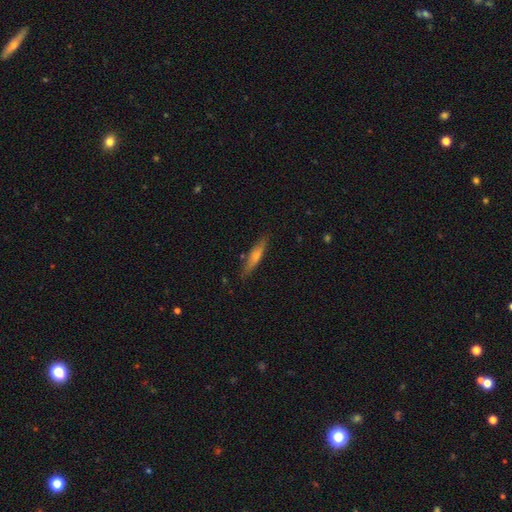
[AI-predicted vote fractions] featured or disk 47%, smooth 46%, star or artifact 7%. Down the decision tree: merging — none (87%).